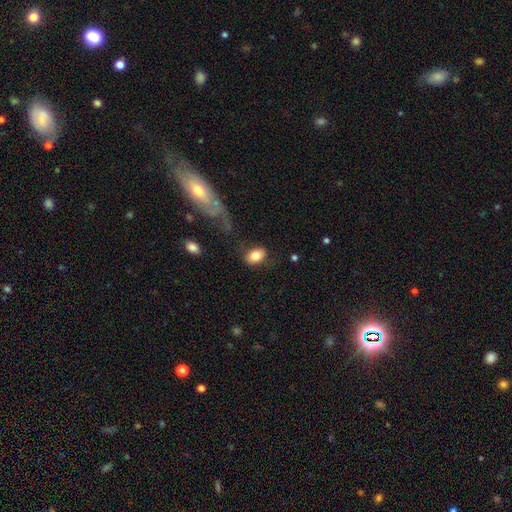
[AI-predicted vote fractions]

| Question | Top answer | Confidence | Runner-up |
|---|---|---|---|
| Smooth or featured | smooth | 81% | featured or disk (12%) |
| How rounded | in between | 82% | round (17%) |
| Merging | none | 75% | minor disturbance (14%) |